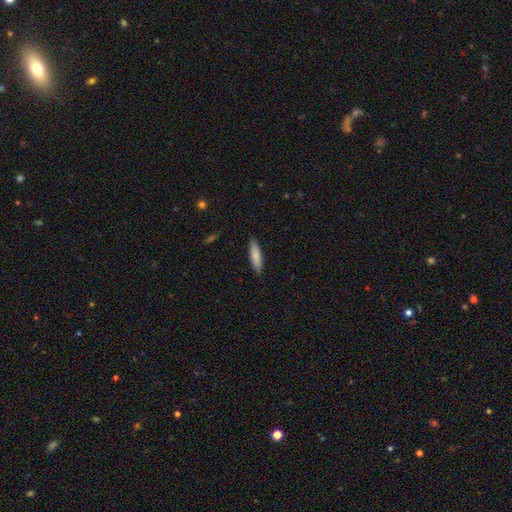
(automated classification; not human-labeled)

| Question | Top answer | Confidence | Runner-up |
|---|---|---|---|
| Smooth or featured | smooth | 81% | featured or disk (14%) |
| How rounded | cigar-shaped | 67% | in between (31%) |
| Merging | none | 89% | minor disturbance (9%) |